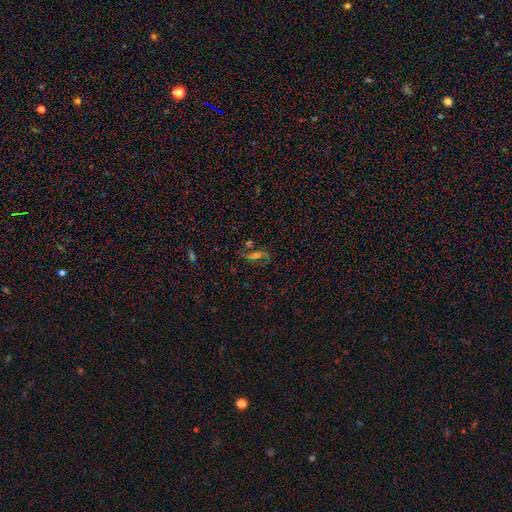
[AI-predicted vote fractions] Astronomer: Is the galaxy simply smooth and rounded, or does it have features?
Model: featured or disk — 53%.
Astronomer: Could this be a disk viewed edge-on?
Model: no — 71%.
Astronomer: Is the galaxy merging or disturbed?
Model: none — 68%.